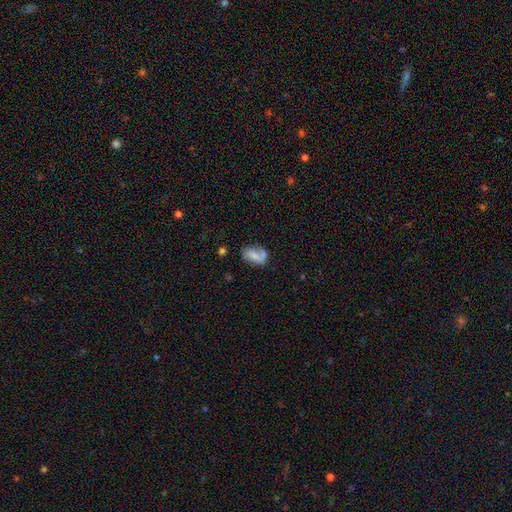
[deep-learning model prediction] smooth_or_featured: smooth (p=0.56) [alt: featured or disk p=0.35]
how_rounded: in between (p=0.84) [alt: round p=0.12]
merging: none (p=0.46) [alt: minor disturbance p=0.22]